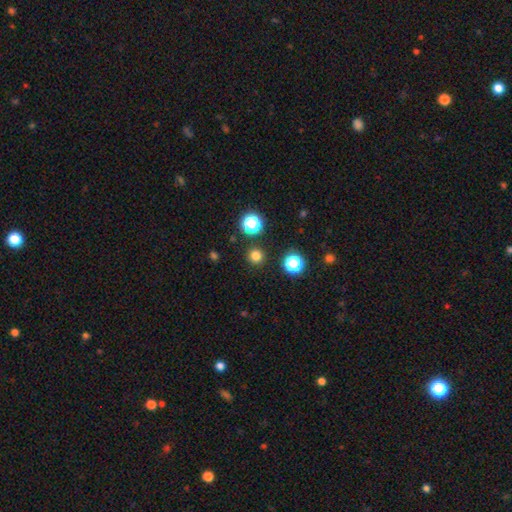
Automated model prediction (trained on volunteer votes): Morphology: type=smooth (77%); roundness=round (95%); merging=none (91%).